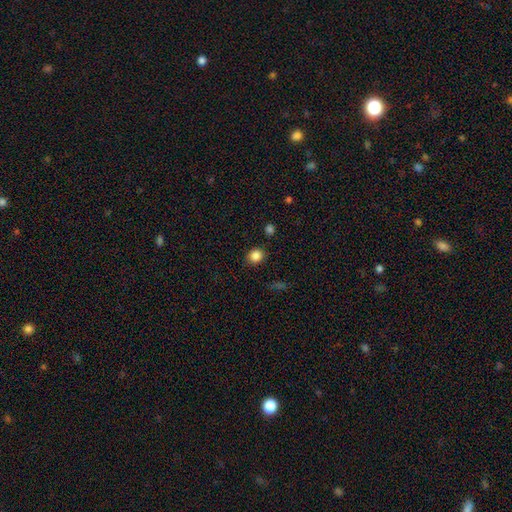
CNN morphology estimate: type=smooth (85%); roundness=round (72%); merging=none (87%).